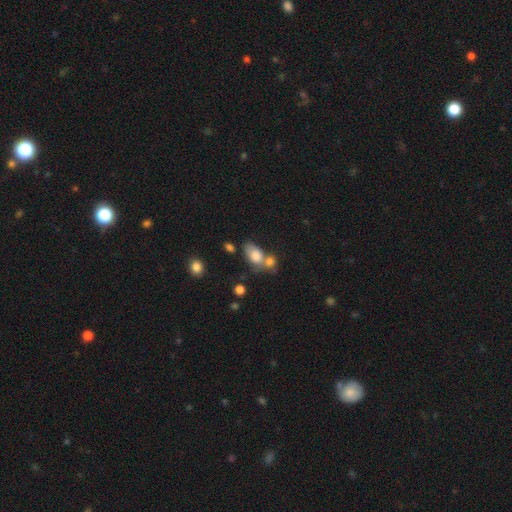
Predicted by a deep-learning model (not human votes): The model was most divided on "merging": merger: 45%, none: 32%, minor disturbance: 15%, major disturbance: 8%. More confident: how rounded — in between (86%); smooth or featured — smooth (80%).